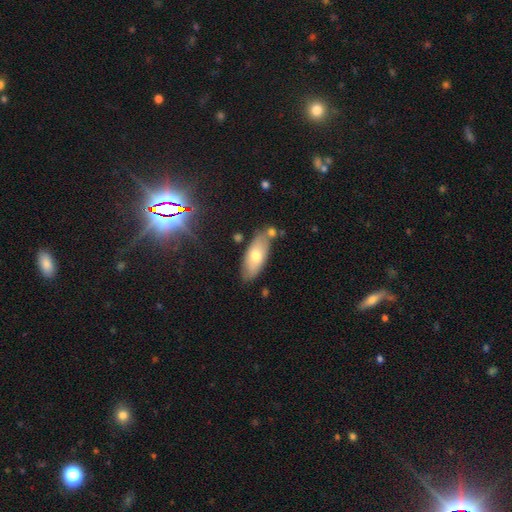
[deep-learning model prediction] The model was most divided on "smooth or featured": smooth: 69%, featured or disk: 24%, star or artifact: 7%. More confident: how rounded — in between (83%); merging — none (71%).